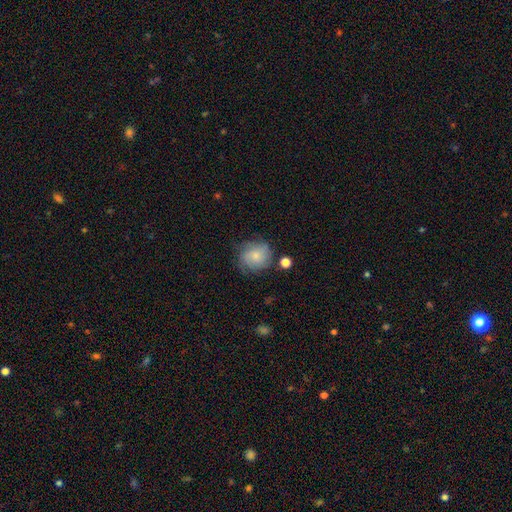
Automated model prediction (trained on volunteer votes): smooth_or_featured: smooth (p=0.66) [alt: featured or disk p=0.26]
how_rounded: round (p=0.78) [alt: in between p=0.21]
merging: none (p=0.61) [alt: minor disturbance p=0.25]